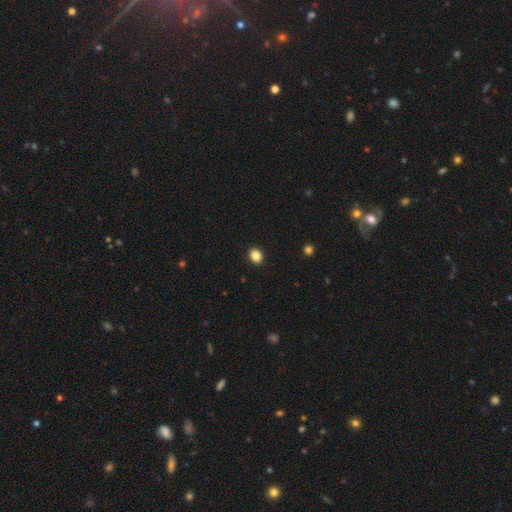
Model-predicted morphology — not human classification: Overall: smooth (87%). How rounded: round (52%; in between 47%). Merging: none (92%).